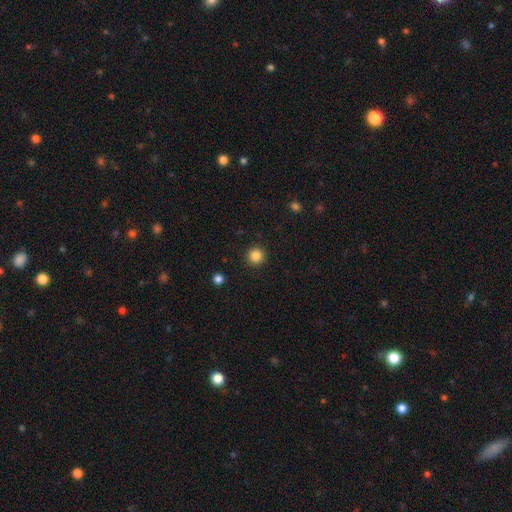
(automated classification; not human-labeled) A smooth galaxy with no disk features (85%) that is round (95%).

Vote fractions:
- Smooth or featured? smooth: 85% / star or artifact: 11% / featured or disk: 4%
- How rounded? round: 95% / in between: 4% / cigar-shaped: 1%
- Merging? none: 92% / minor disturbance: 5% / major disturbance: 2% / merger: 1%